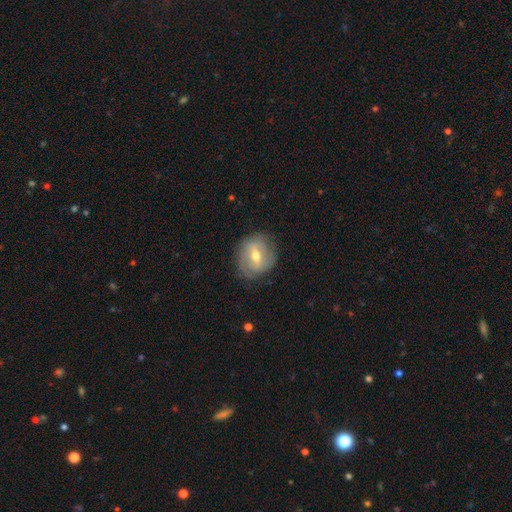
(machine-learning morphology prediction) Overall: featured or disk (57%; smooth 35%). Edge-on disk: no (94%). Bar: weak (49%; strong 29%). Spiral arms: yes (58%; no 42%). Bulge size: moderate (72%). Merging: none (77%).